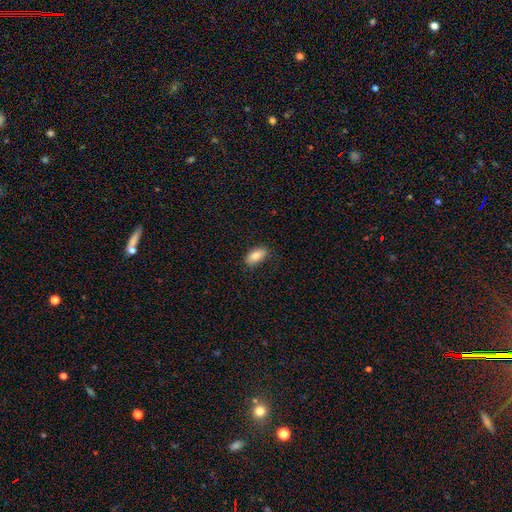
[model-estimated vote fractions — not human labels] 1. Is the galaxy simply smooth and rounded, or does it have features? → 83% smooth, 10% featured or disk, 7% star or artifact.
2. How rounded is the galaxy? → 90% in between, 6% cigar-shaped, 4% round.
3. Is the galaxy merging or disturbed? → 84% none, 13% minor disturbance, 3% major disturbance, 1% merger.